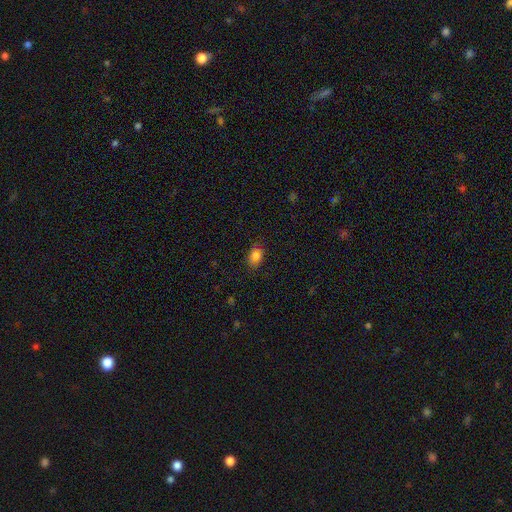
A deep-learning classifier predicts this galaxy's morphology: smooth_or_featured: smooth (p=0.84) [alt: star or artifact p=0.11]
how_rounded: in between (p=0.75) [alt: round p=0.24]
merging: none (p=0.83) [alt: minor disturbance p=0.13]